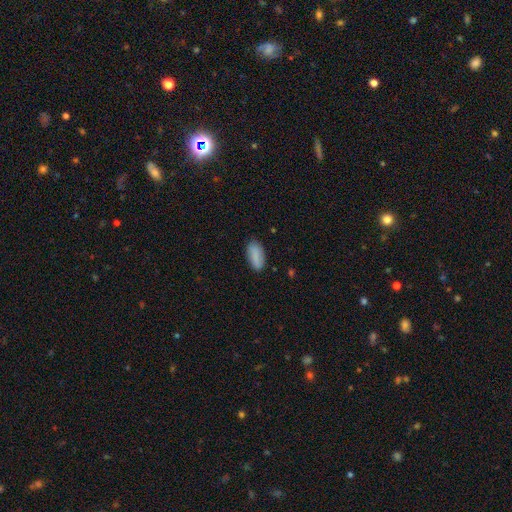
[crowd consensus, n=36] Smooth or featured? smooth (86%)
How rounded? in between (94%)
Merging? none (79%)